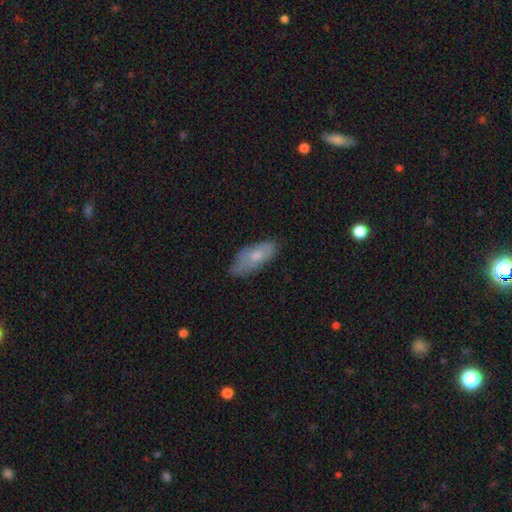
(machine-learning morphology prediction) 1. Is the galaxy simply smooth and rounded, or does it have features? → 67% smooth, 26% featured or disk, 7% star or artifact.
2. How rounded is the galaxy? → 83% in between, 15% cigar-shaped, 2% round.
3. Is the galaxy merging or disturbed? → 62% none, 30% minor disturbance, 6% major disturbance, 2% merger.